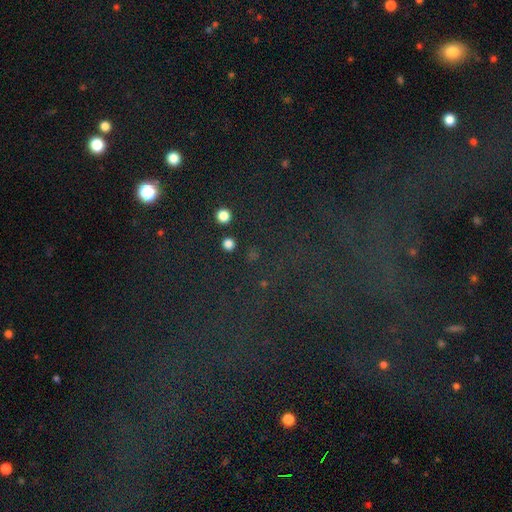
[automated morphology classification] smooth_or_featured: star or artifact (p=0.72) [alt: smooth p=0.15]